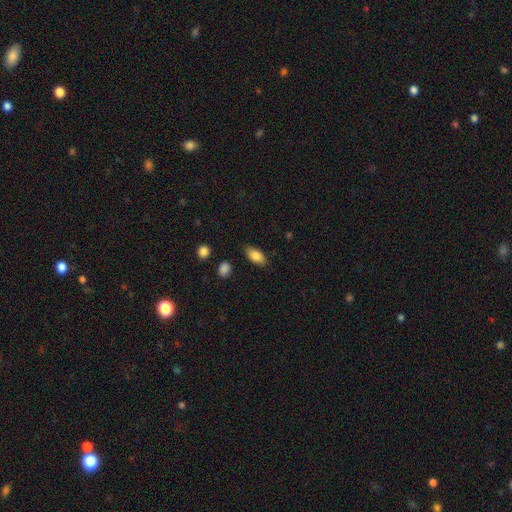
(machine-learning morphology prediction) Smooth or featured? Predicted: smooth (p=0.84). How rounded? Predicted: in between (p=0.89). Merging? Predicted: none (p=0.84).